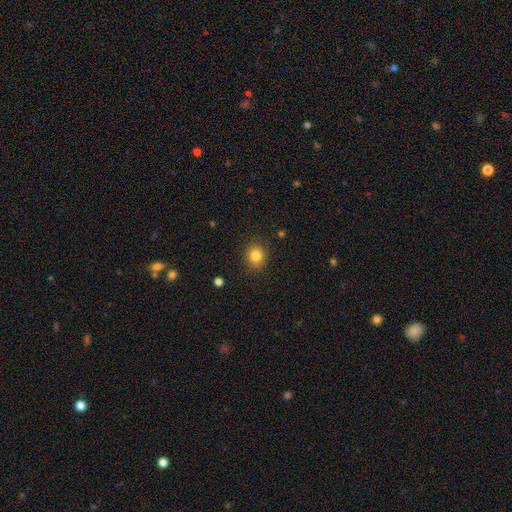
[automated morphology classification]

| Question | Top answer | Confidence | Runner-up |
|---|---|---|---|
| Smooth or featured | smooth | 83% | star or artifact (11%) |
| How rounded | round | 78% | in between (21%) |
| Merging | none | 88% | minor disturbance (9%) |